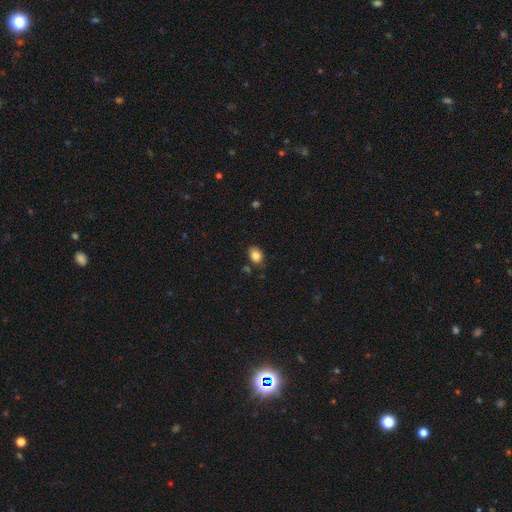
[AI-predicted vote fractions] This appears to be a smooth galaxy with no disk features (85%) that is in between round and cigar-shaped (65%). Merging: none (78%).